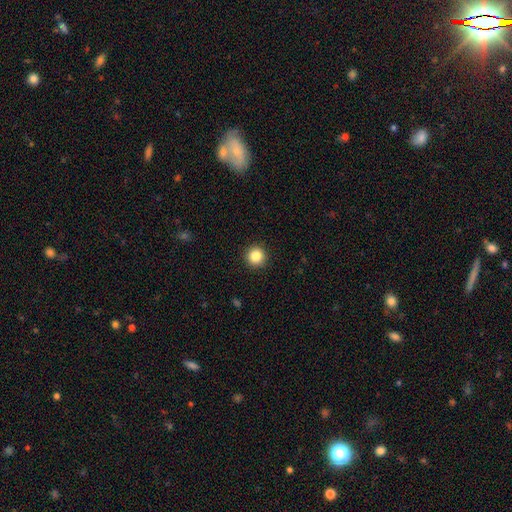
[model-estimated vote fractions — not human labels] A smooth galaxy with no disk features (85%) that is round (95%).

Vote fractions:
- Smooth or featured? smooth: 85% / star or artifact: 10% / featured or disk: 5%
- How rounded? round: 95% / in between: 5% / cigar-shaped: 1%
- Merging? none: 93% / minor disturbance: 5% / major disturbance: 2% / merger: 1%